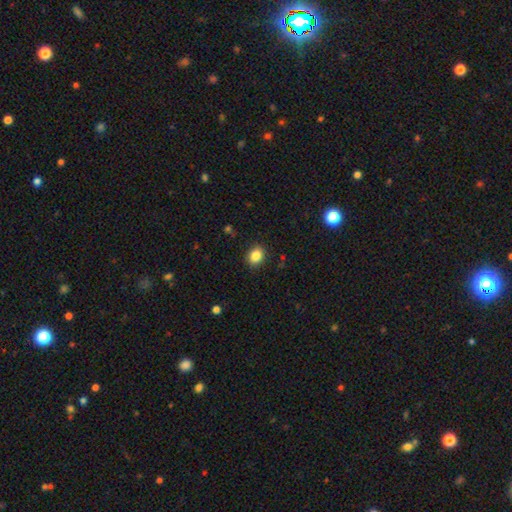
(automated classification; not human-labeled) smooth_or_featured: smooth (p=0.86) [alt: star or artifact p=0.10]
how_rounded: round (p=0.51) [alt: in between p=0.48]
merging: none (p=0.89) [alt: minor disturbance p=0.08]